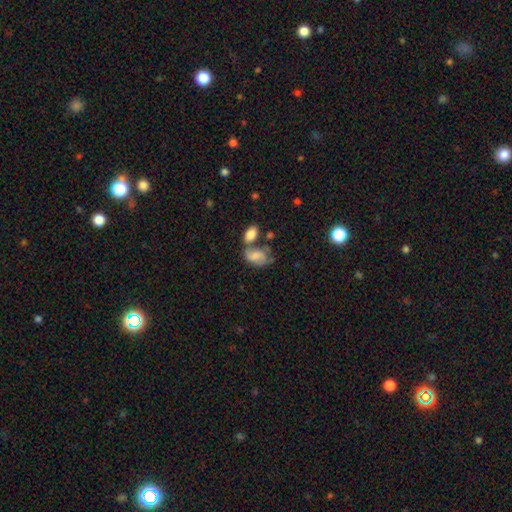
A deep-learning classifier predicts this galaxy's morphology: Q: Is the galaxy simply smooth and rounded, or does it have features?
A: smooth — 60%.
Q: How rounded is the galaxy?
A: in between — 87%.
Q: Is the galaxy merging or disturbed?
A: merger — 37%.